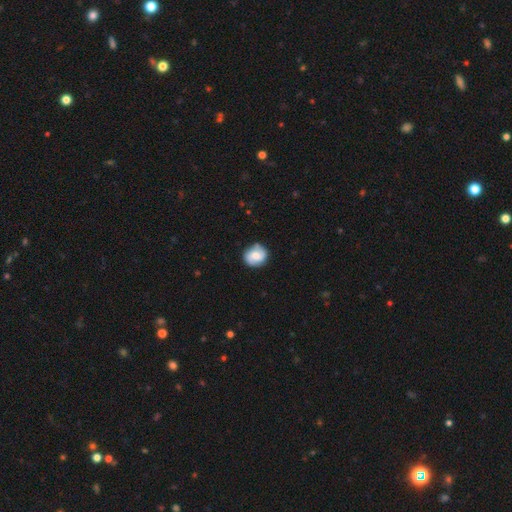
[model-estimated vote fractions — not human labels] Smooth or featured? Predicted: smooth (p=0.50). Merging? Predicted: none (p=0.82).